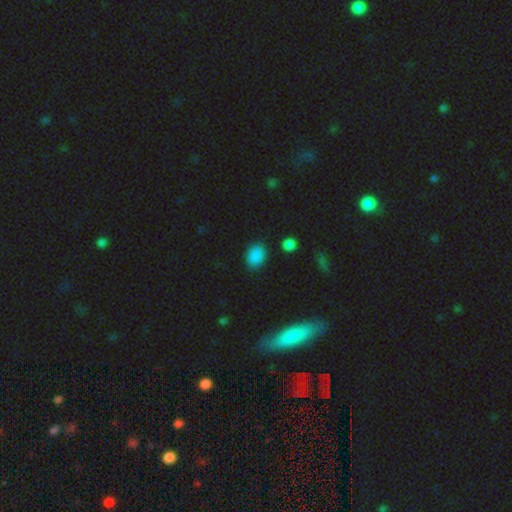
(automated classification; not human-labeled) A smooth galaxy with no disk features (86%) that is in between round and cigar-shaped (70%). Merging: none (84%).